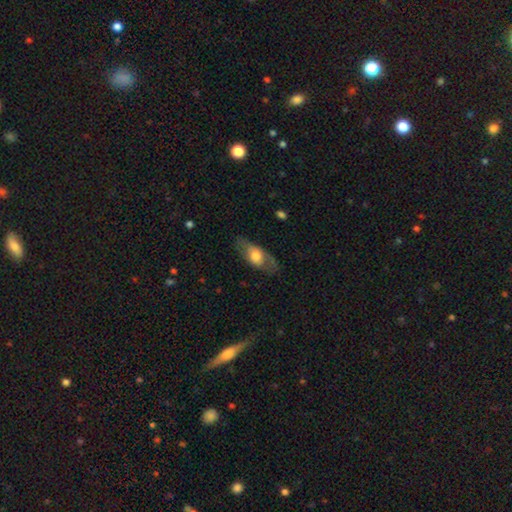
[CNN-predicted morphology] smooth-or-featured: smooth: 53% | featured or disk: 41% | star or artifact: 6%
  how-rounded: in between: 82% | cigar-shaped: 12% | round: 6%
  merging: none: 71% | minor disturbance: 19% | major disturbance: 9% | merger: 1%